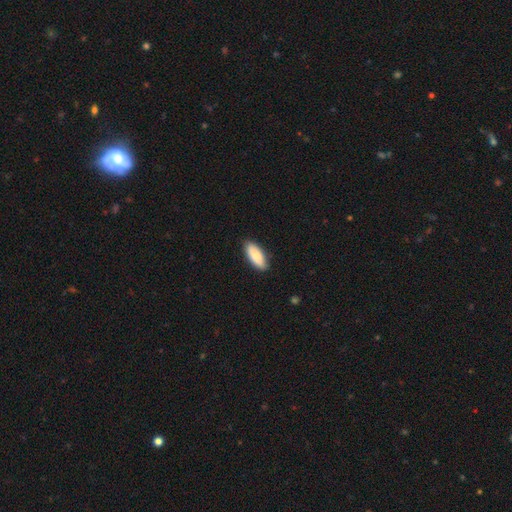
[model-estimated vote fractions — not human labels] Smooth or featured? smooth (84%)
How rounded? in between (82%)
Merging? none (88%)